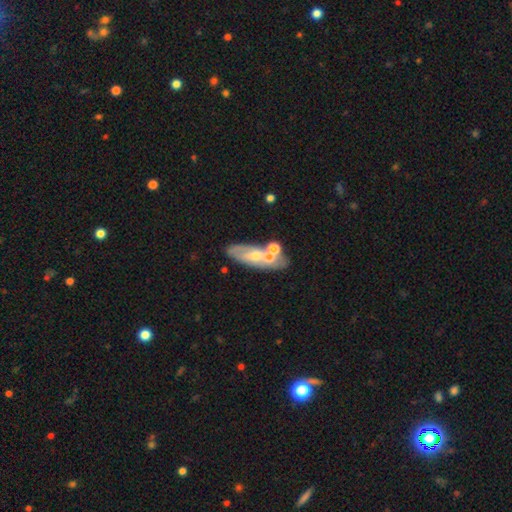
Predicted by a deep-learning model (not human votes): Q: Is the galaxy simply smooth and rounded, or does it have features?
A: featured or disk — 54%.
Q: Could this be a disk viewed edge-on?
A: no — 80%.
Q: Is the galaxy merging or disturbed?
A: none — 54%.